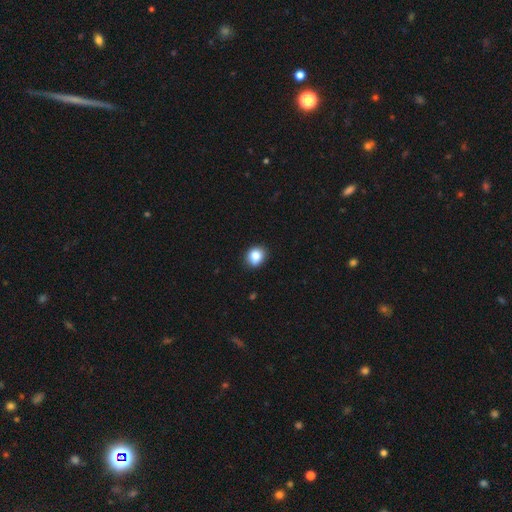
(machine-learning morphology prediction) A smooth galaxy with no disk features (85%) that is round (70%).

Vote fractions:
- Smooth or featured? smooth: 85% / star or artifact: 10% / featured or disk: 6%
- How rounded? round: 70% / in between: 29% / cigar-shaped: 1%
- Merging? none: 86% / minor disturbance: 11% / major disturbance: 2% / merger: 1%